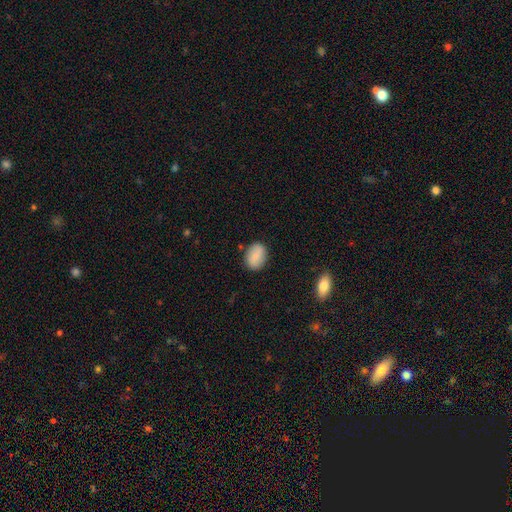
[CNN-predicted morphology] This appears to be a smooth galaxy with no disk features (82%) that is in between round and cigar-shaped (72%). Merging: none (83%).